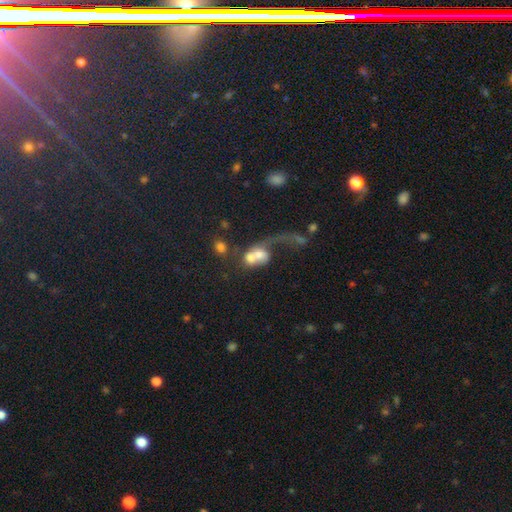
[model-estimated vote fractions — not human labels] Smooth or featured?
  - smooth: 53% *
  - featured or disk: 36%
  - star or artifact: 10%
How rounded?
  - in between: 57% *
  - round: 40%
  - cigar-shaped: 3%
Merging?
  - merger: 64% *
  - major disturbance: 21%
  - none: 10%
  - minor disturbance: 5%